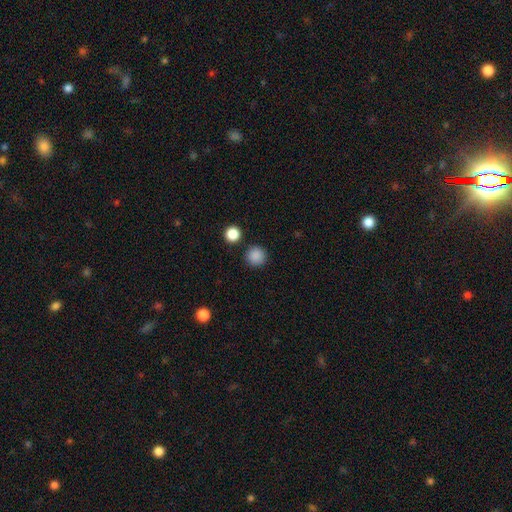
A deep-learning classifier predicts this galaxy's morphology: smooth_or_featured: smooth (p=0.87) [alt: star or artifact p=0.10]
how_rounded: round (p=0.95) [alt: in between p=0.04]
merging: none (p=0.89) [alt: minor disturbance p=0.06]